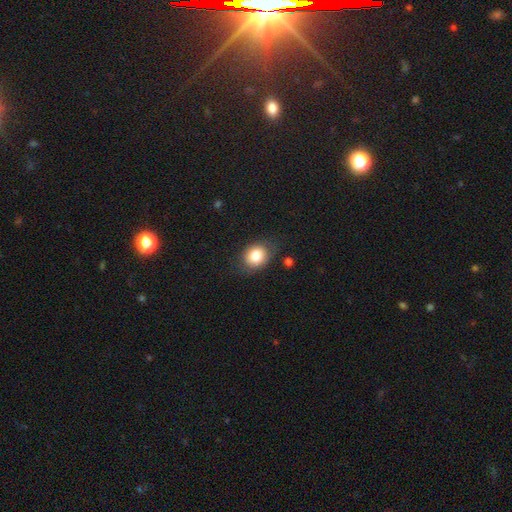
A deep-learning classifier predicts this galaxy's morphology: Smooth or featured: smooth — 82% (featured or disk — 10%)
How rounded: round — 50% (in between — 49%)
Merging: none — 74% (minor disturbance — 19%)